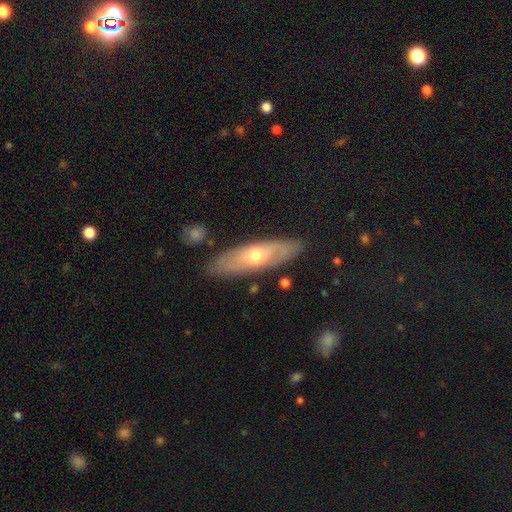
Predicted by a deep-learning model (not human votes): Smooth or featured?
  - featured or disk: 51% *
  - smooth: 44%
  - star or artifact: 5%
Edge-on disk?
  - no: 58% *
  - yes: 42%
Merging?
  - none: 84% *
  - minor disturbance: 11%
  - major disturbance: 3%
  - merger: 2%